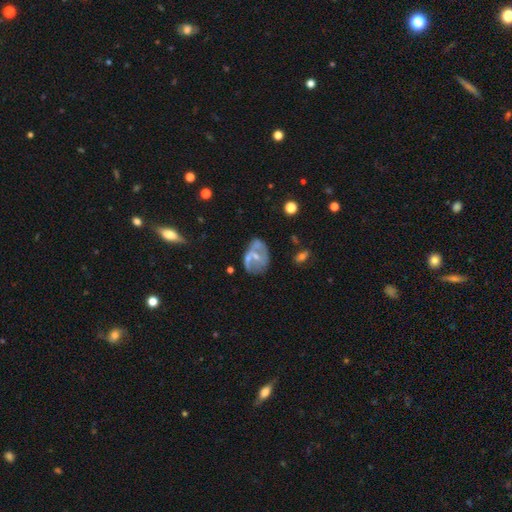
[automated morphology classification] Q: Smooth or featured?
A: featured or disk (65%); runner-up: smooth (26%)
Q: Edge-on disk?
A: no (97%); runner-up: yes (3%)
Q: Bar?
A: no (53%); runner-up: weak (33%)
Q: Spiral arms?
A: yes (51%); runner-up: no (49%)
Q: Bulge size?
A: small (53%); runner-up: moderate (36%)
Q: Merging?
A: none (40%); runner-up: minor disturbance (22%)